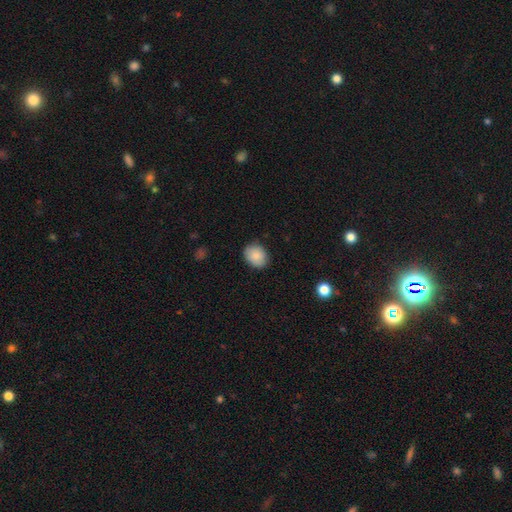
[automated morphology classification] smooth-or-featured: smooth: 88% | star or artifact: 7% | featured or disk: 5%
  how-rounded: round: 51% | in between: 49% | cigar-shaped: 1%
  merging: none: 85% | minor disturbance: 11% | major disturbance: 2% | merger: 1%